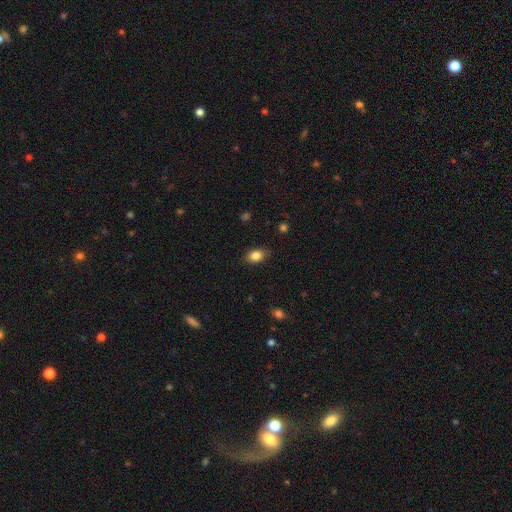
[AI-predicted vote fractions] A smooth galaxy with no disk features (85%) that is in between round and cigar-shaped (80%). Merging: none (84%).